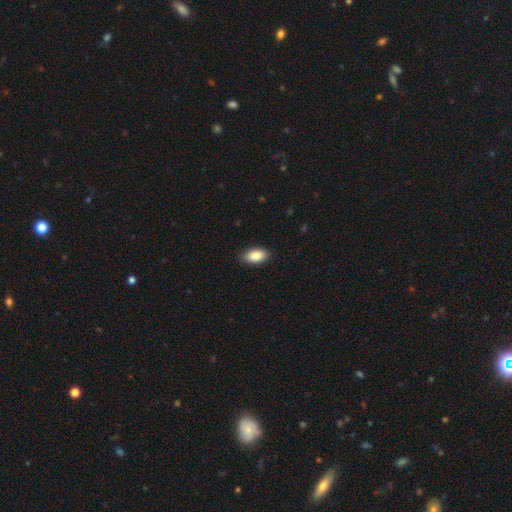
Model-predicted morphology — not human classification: Q: Smooth or featured?
A: smooth (88%); runner-up: star or artifact (7%)
Q: How rounded?
A: in between (93%); runner-up: round (4%)
Q: Merging?
A: none (87%); runner-up: minor disturbance (10%)